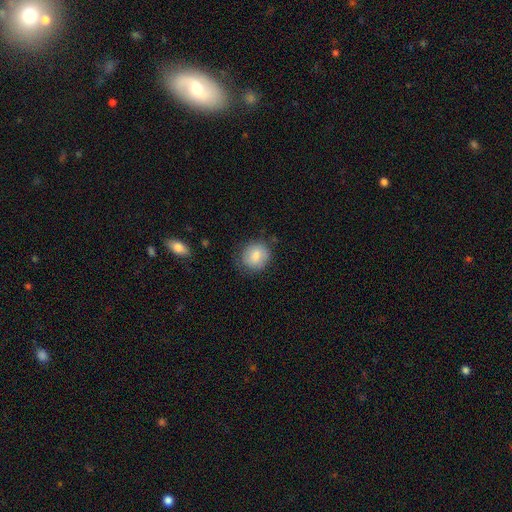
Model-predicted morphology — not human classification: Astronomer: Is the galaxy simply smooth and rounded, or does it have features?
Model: smooth — 80%.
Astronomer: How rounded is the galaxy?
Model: round — 82%.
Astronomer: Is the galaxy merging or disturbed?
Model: none — 75%.